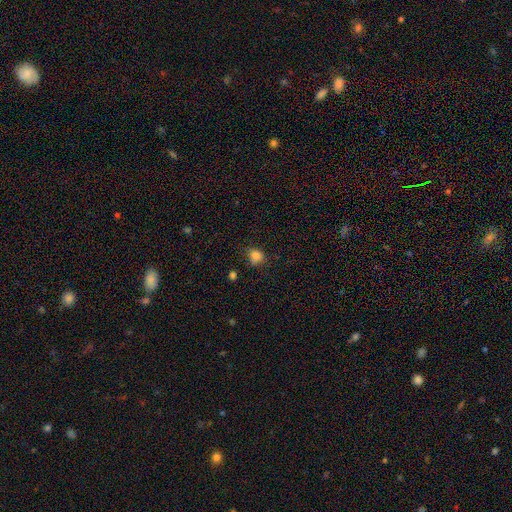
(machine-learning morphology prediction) The model was most divided on "merging": none: 66%, minor disturbance: 24%, major disturbance: 6%, merger: 3%. More confident: smooth or featured — smooth (82%); how rounded — round (71%).